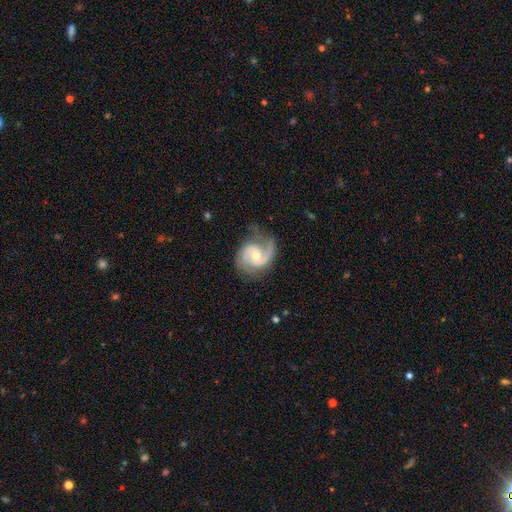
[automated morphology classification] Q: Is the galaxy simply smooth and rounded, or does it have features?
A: featured or disk — 89%.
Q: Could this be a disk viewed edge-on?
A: no — 98%.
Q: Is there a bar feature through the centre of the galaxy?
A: no — 54%.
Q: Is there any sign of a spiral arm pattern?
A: yes — 98%.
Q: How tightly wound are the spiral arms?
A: medium — 54%.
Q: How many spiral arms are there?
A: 2 — 83%.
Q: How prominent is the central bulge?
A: moderate — 61%.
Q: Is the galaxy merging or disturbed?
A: none — 66%.